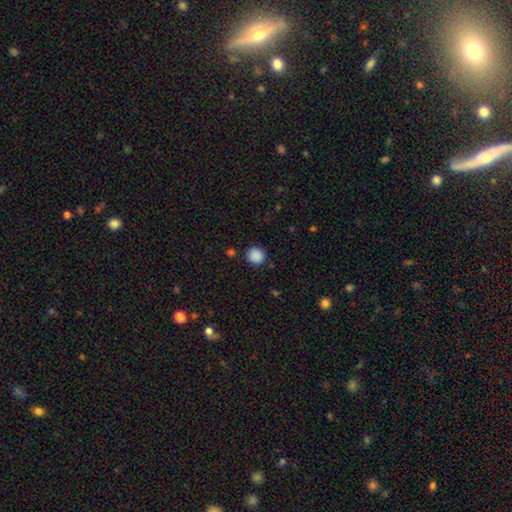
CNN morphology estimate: smooth 88%, star or artifact 9%, featured or disk 2%. Down the decision tree: how rounded — round (91%); merging — none (88%).